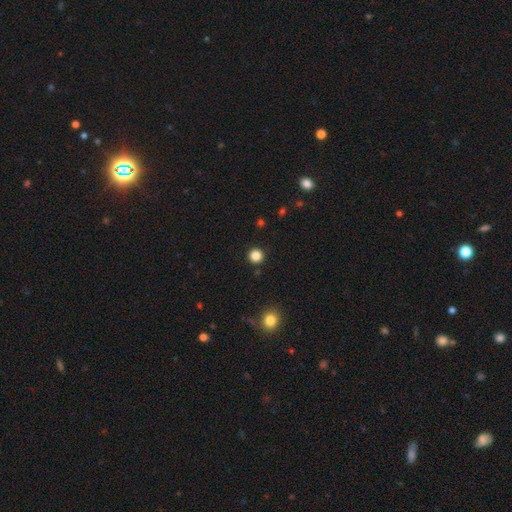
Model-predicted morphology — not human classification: Smooth or featured? smooth (83%)
How rounded? round (96%)
Merging? none (93%)